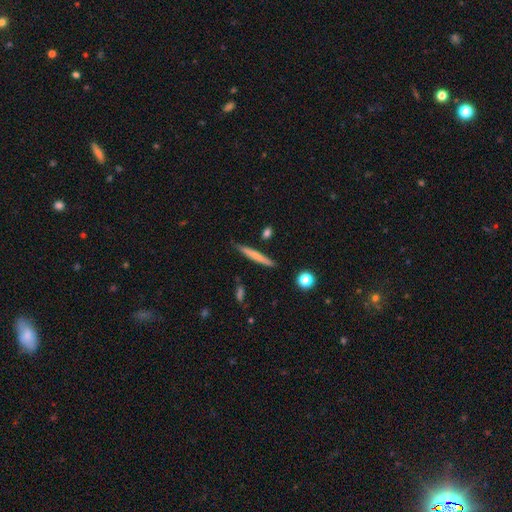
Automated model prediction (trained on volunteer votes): Smooth or featured: smooth — 63% (featured or disk — 31%)
How rounded: cigar-shaped — 95% (in between — 4%)
Merging: none — 85% (minor disturbance — 10%)